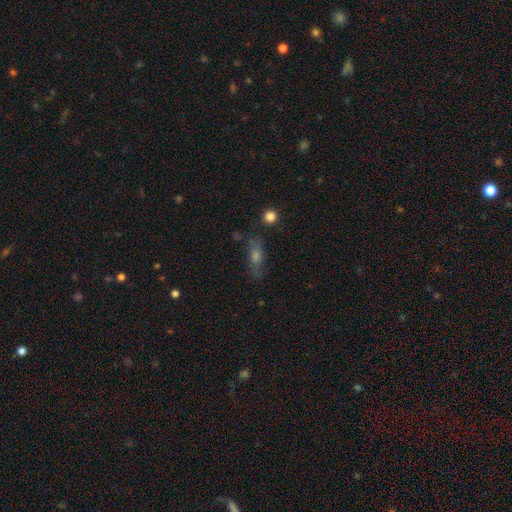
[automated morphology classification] This appears to be a featured or disk galaxy (41%). Merging: none (72%).